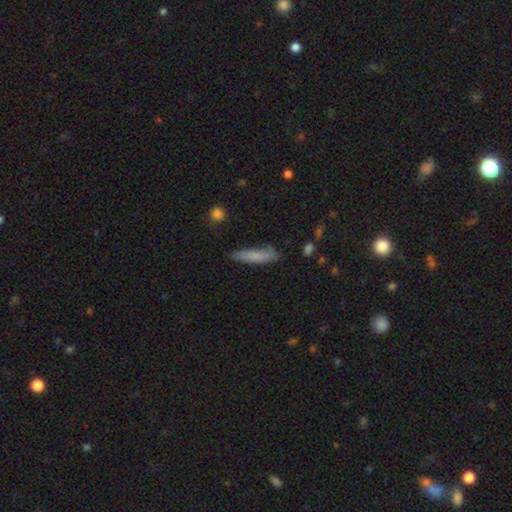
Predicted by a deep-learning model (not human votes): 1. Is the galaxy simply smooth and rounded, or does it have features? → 75% smooth, 18% featured or disk, 7% star or artifact.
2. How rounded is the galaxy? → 81% cigar-shaped, 17% in between, 2% round.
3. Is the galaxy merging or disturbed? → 71% none, 21% minor disturbance, 4% major disturbance, 3% merger.